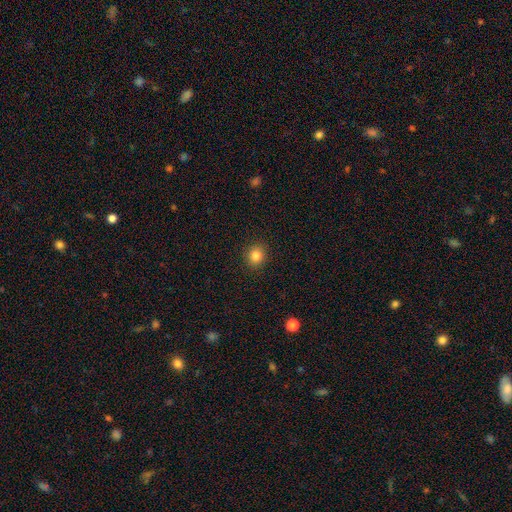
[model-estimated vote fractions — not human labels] This is clearly a smooth galaxy (84%). How rounded: clearly round (83%). Merging: clearly none (91%).